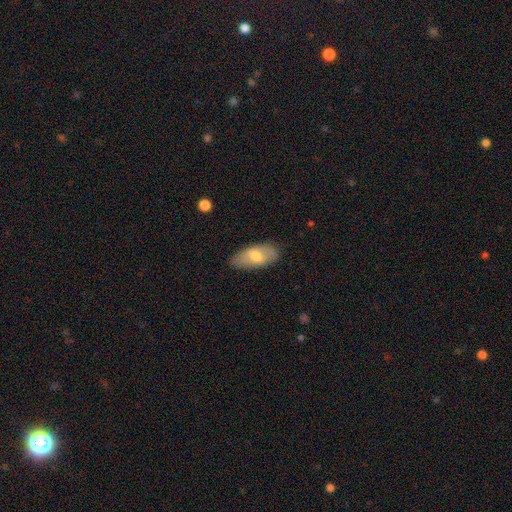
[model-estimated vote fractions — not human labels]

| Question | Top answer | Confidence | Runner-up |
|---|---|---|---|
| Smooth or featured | smooth | 62% | featured or disk (32%) |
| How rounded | in between | 90% | cigar-shaped (7%) |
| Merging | none | 80% | minor disturbance (16%) |